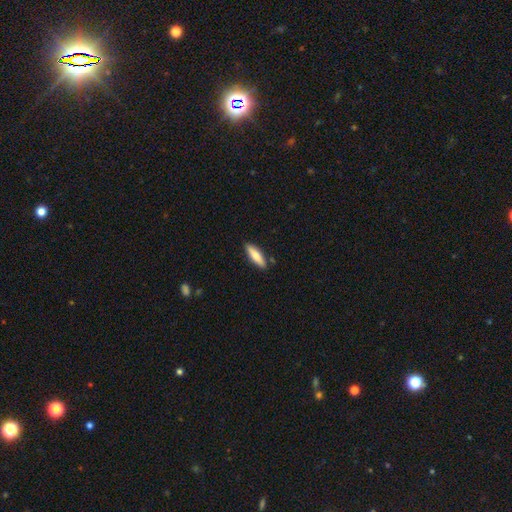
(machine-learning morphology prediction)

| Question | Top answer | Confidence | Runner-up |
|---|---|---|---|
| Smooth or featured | smooth | 72% | featured or disk (23%) |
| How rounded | cigar-shaped | 63% | in between (35%) |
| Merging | none | 86% | minor disturbance (10%) |